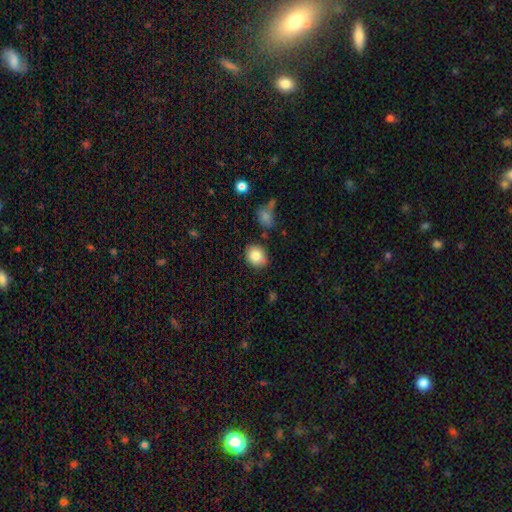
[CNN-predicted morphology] Overall: smooth (84%). How rounded: round (62%; in between 37%). Merging: none (82%).